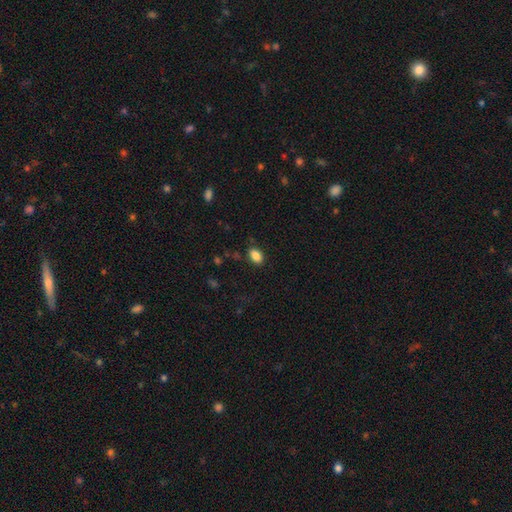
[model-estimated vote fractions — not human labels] Overall: smooth (86%). How rounded: in between (89%). Merging: none (81%).